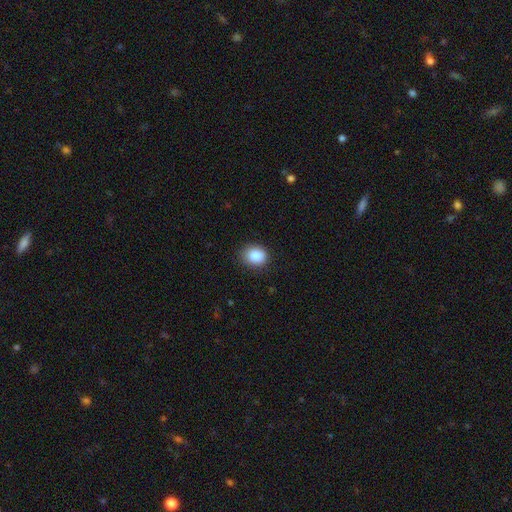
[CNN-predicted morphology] Smooth or featured? smooth (87%)
How rounded? round (52%)
Merging? none (83%)